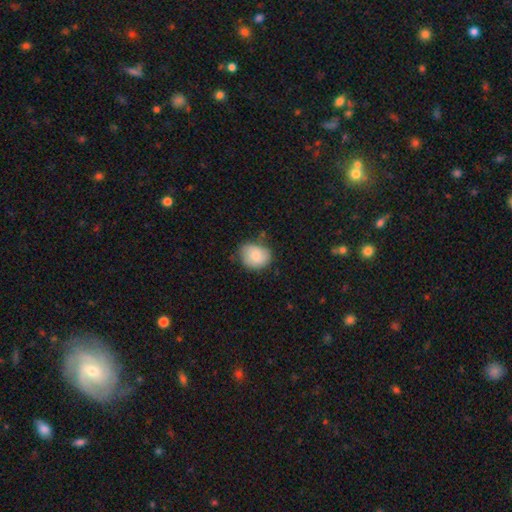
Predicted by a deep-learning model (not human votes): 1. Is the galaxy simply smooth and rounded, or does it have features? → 79% smooth, 13% featured or disk, 7% star or artifact.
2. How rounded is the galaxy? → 60% round, 39% in between, 1% cigar-shaped.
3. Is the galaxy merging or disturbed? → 65% none, 27% minor disturbance, 5% major disturbance, 3% merger.